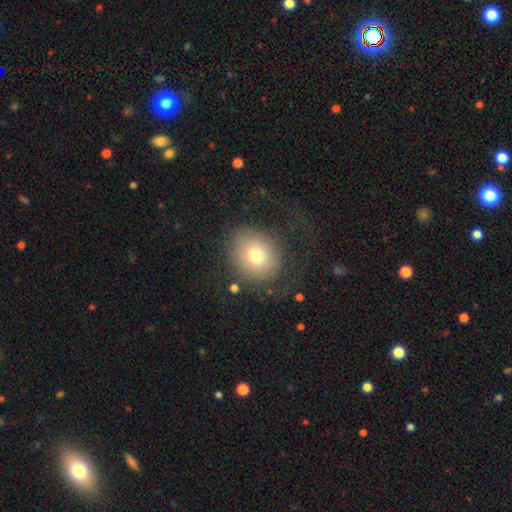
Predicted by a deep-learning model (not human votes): smooth_or_featured: smooth (p=0.74) [alt: featured or disk p=0.16]
how_rounded: round (p=0.70) [alt: in between p=0.29]
merging: none (p=0.62) [alt: major disturbance p=0.20]